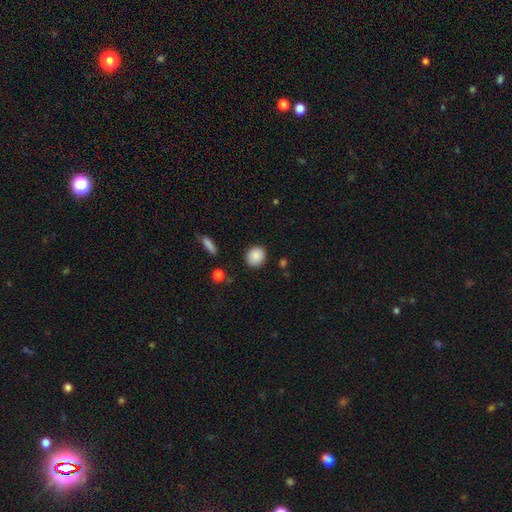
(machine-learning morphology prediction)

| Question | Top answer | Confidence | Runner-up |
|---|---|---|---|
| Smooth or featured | smooth | 88% | star or artifact (8%) |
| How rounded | round | 80% | in between (19%) |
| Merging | none | 88% | minor disturbance (8%) |